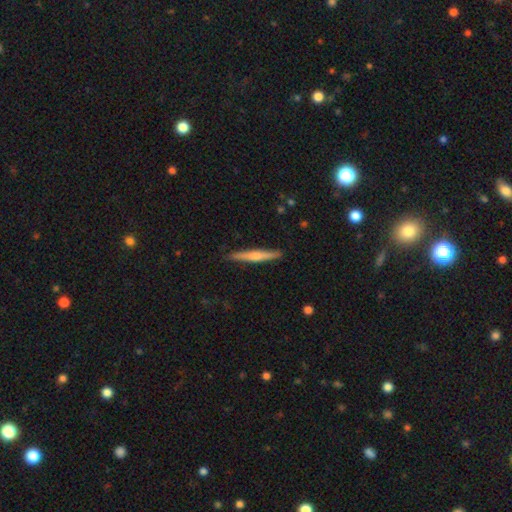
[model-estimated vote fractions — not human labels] Smooth or featured?
  - featured or disk: 60% *
  - smooth: 33%
  - star or artifact: 7%
Edge-on disk?
  - yes: 97% *
  - no: 3%
Edge-on bulge?
  - rounded: 74% *
  - none: 20%
  - boxy: 6%
Merging?
  - none: 91% *
  - minor disturbance: 7%
  - major disturbance: 1%
  - merger: 1%